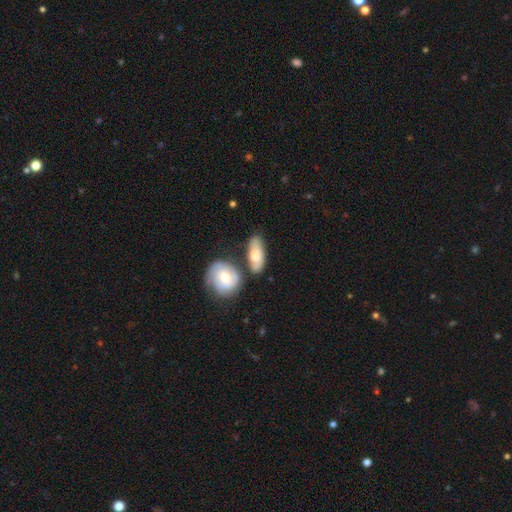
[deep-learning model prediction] smooth_or_featured: smooth (p=0.58) [alt: featured or disk p=0.36]
how_rounded: in between (p=0.79) [alt: cigar-shaped p=0.15]
merging: none (p=0.55) [alt: merger p=0.21]